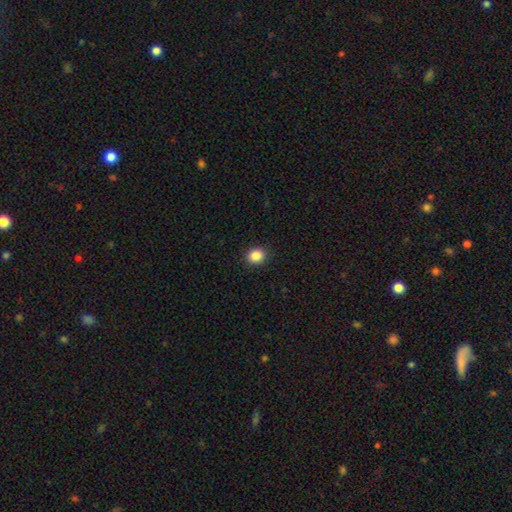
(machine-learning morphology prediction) smooth 87%, star or artifact 10%, featured or disk 4%. Down the decision tree: how rounded — round (69%); merging — none (91%).